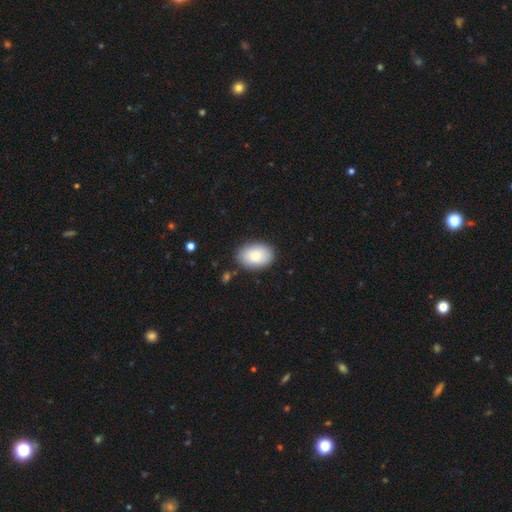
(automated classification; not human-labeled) Overall: smooth (86%). How rounded: in between (87%). Merging: none (85%).